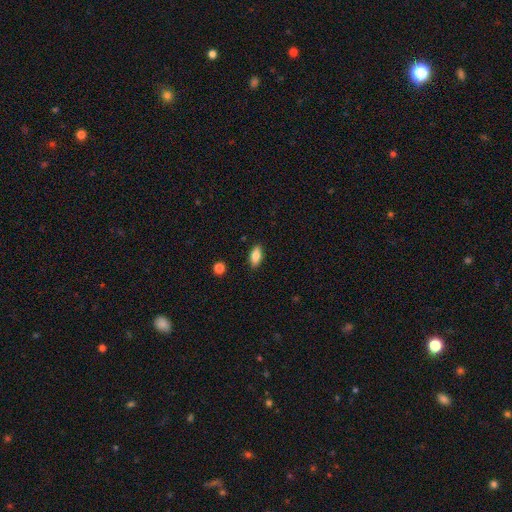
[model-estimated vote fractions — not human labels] smooth 83%, featured or disk 9%, star or artifact 7%. Down the decision tree: how rounded — in between (86%); merging — none (88%).